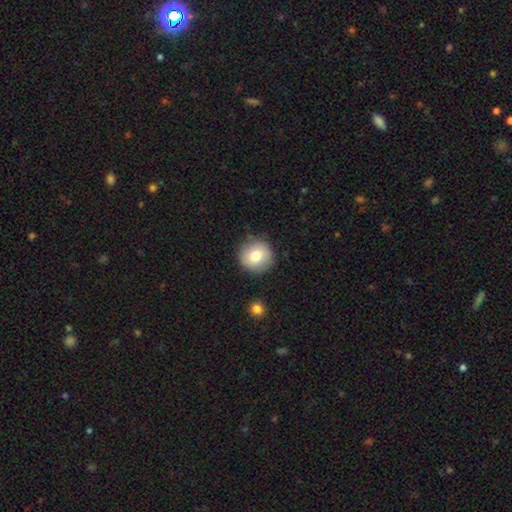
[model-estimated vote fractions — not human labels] This appears to be a smooth galaxy with no disk features (78%) that is round (93%). Merging: none (86%).